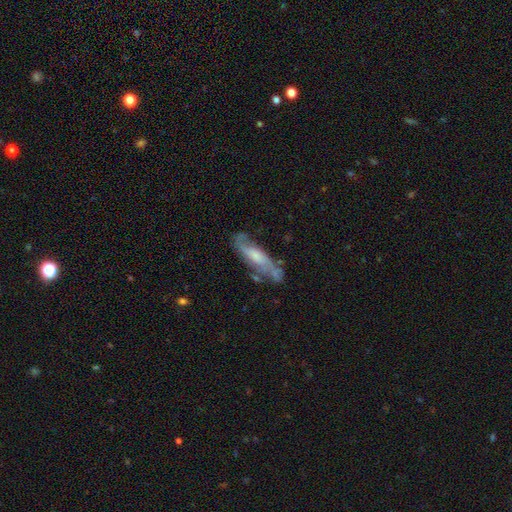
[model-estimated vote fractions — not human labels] smooth-or-featured: featured or disk: 68% | smooth: 25% | star or artifact: 7%
  disk-edge-on: no: 67% | yes: 33%
  merging: none: 61% | minor disturbance: 23% | major disturbance: 10% | merger: 5%